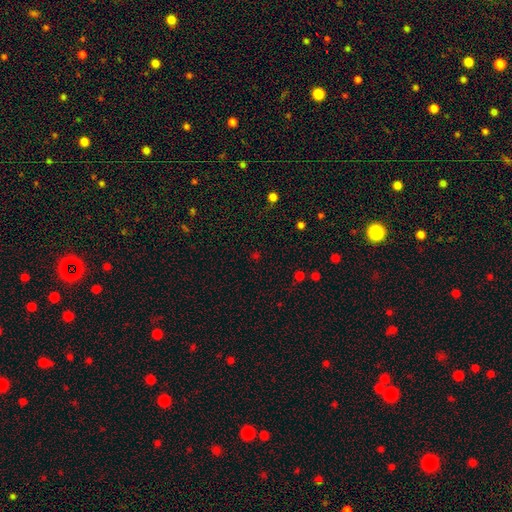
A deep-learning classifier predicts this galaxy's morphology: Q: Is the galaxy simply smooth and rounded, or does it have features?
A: star or artifact — 55%.